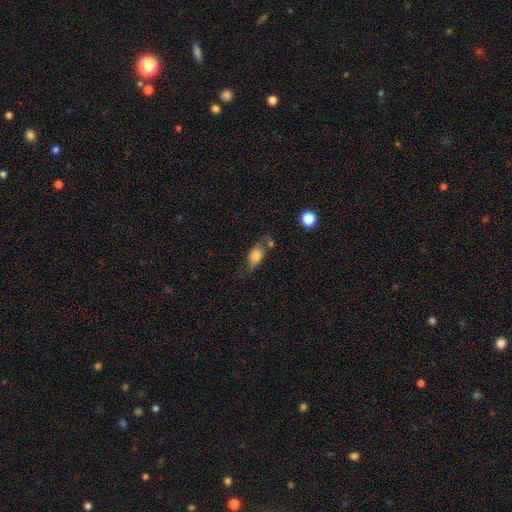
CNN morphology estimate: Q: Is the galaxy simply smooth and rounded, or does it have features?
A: smooth — 67%.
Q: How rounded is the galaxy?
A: in between — 78%.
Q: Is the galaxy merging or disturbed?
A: none — 53%.